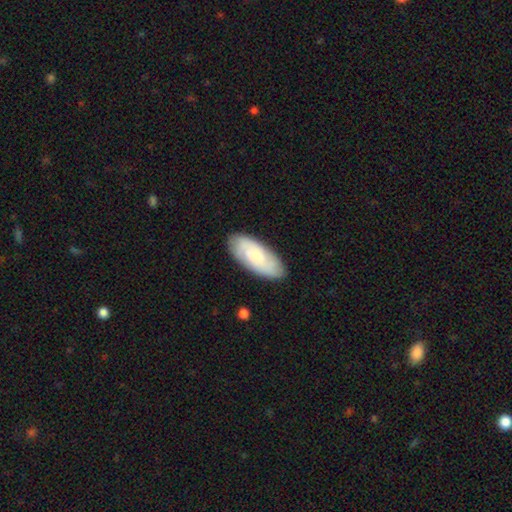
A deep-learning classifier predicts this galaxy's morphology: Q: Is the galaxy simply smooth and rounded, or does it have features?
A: smooth — 55%.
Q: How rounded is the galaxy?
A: in between — 84%.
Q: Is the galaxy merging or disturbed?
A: none — 84%.